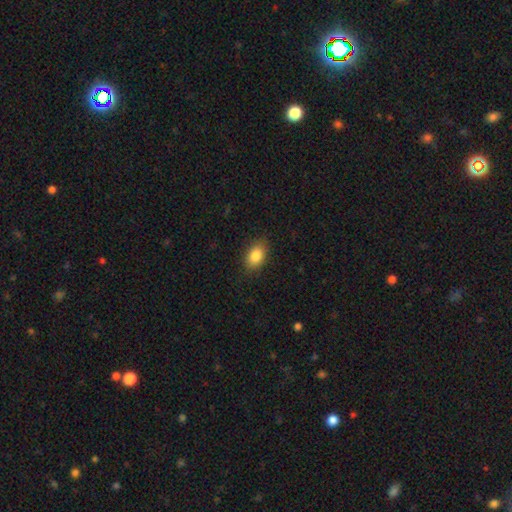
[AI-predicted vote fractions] A smooth galaxy with no disk features (85%) that is in between round and cigar-shaped (83%). Merging: none (85%).